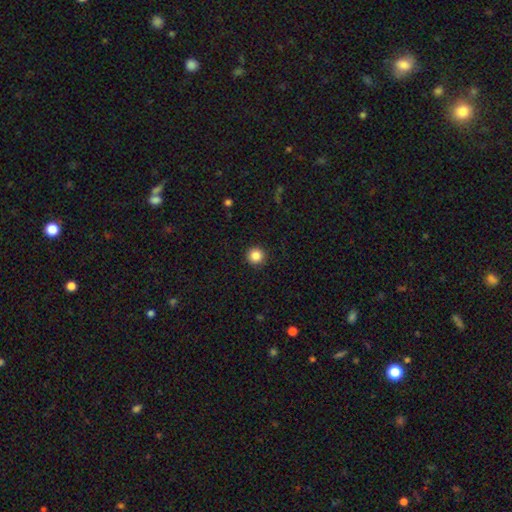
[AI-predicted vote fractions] The model was most divided on "smooth or featured": smooth: 86%, star or artifact: 10%, featured or disk: 4%. More confident: how rounded — round (96%); merging — none (93%).